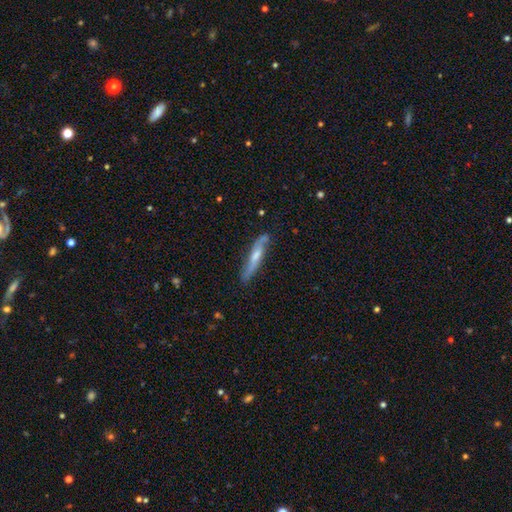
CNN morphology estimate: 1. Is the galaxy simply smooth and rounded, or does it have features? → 58% featured or disk, 35% smooth, 7% star or artifact.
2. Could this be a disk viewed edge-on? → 77% yes, 23% no.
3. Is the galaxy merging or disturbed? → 77% none, 18% minor disturbance, 4% major disturbance, 2% merger.